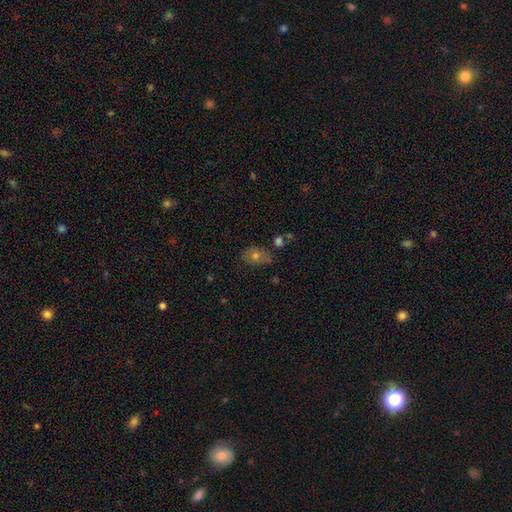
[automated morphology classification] A smooth galaxy with no disk features (58%) that is in between round and cigar-shaped (67%). Merging: none (68%).